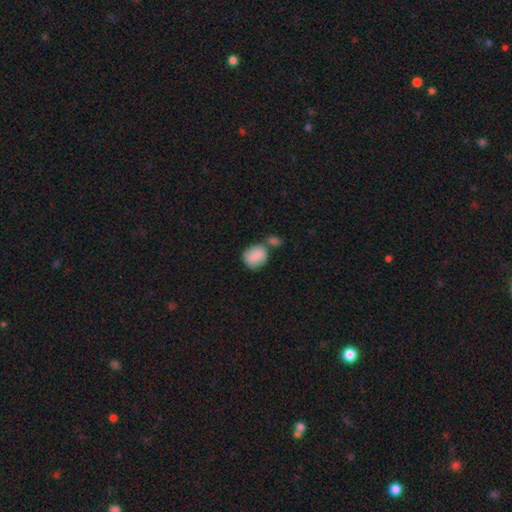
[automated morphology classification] The model was most divided on "merging": none: 41%, merger: 38%, minor disturbance: 16%, major disturbance: 5%. More confident: smooth or featured — smooth (83%); how rounded — round (56%).